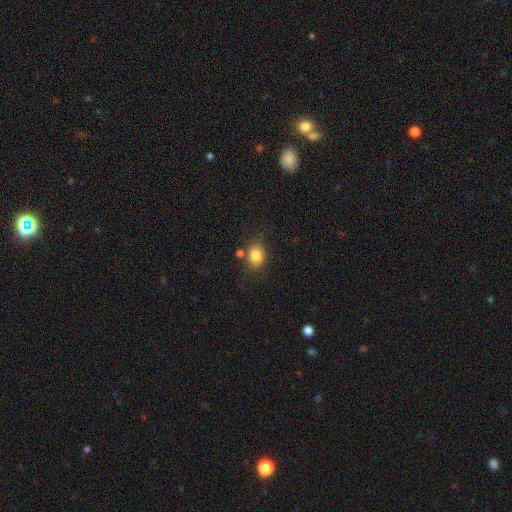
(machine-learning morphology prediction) Smooth or featured?
  - smooth: 82% *
  - star or artifact: 10%
  - featured or disk: 7%
How rounded?
  - in between: 56% *
  - round: 43%
  - cigar-shaped: 1%
Merging?
  - none: 74% *
  - minor disturbance: 13%
  - merger: 9%
  - major disturbance: 4%